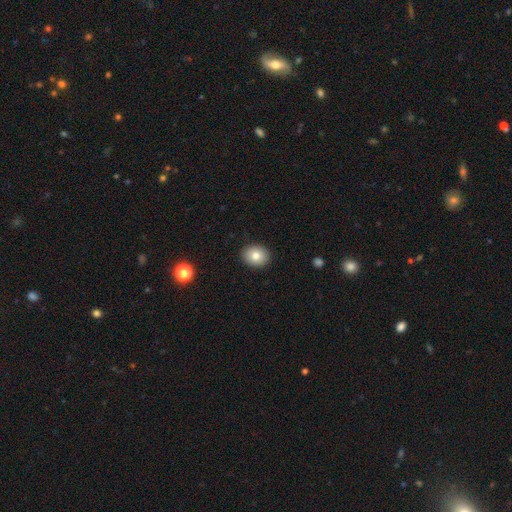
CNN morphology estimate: A smooth galaxy with no disk features (81%) that is round (51%).

Vote fractions:
- Smooth or featured? smooth: 81% / featured or disk: 10% / star or artifact: 9%
- How rounded? round: 51% / in between: 48% / cigar-shaped: 1%
- Merging? none: 90% / minor disturbance: 7% / major disturbance: 2% / merger: 1%